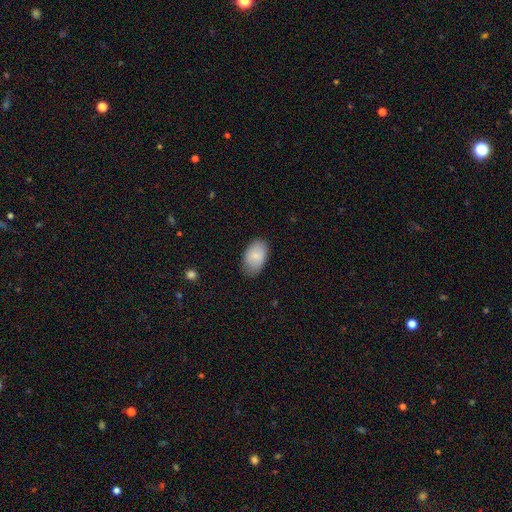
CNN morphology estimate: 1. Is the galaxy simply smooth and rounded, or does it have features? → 84% smooth, 9% featured or disk, 6% star or artifact.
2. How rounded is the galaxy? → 92% in between, 7% round, 1% cigar-shaped.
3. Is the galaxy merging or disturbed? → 79% none, 17% minor disturbance, 3% major disturbance, 1% merger.